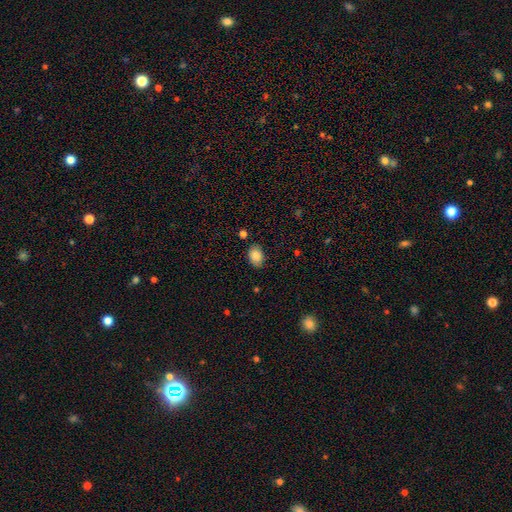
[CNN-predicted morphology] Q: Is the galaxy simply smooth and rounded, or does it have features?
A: smooth — 87%.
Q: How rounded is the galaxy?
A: in between — 77%.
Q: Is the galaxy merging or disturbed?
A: none — 80%.